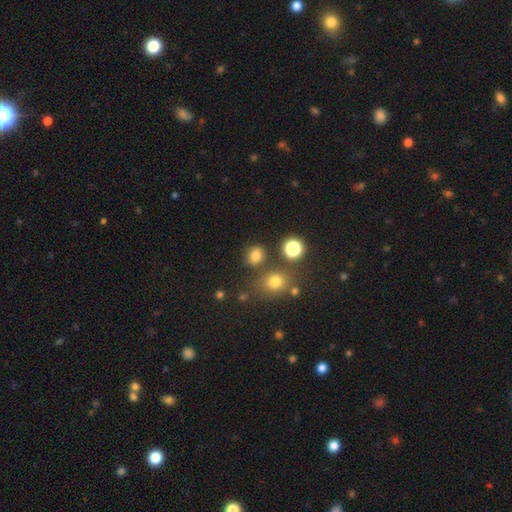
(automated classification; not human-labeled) Smooth or featured?
  - smooth: 77% *
  - star or artifact: 17%
  - featured or disk: 6%
How rounded?
  - round: 68% *
  - in between: 31%
  - cigar-shaped: 1%
Merging?
  - none: 77% *
  - minor disturbance: 11%
  - merger: 9%
  - major disturbance: 4%